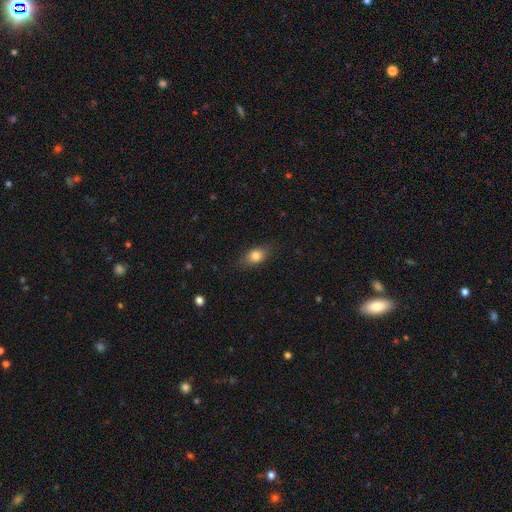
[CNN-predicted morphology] smooth_or_featured: smooth (p=0.79) [alt: featured or disk p=0.12]
how_rounded: in between (p=0.76) [alt: round p=0.19]
merging: none (p=0.81) [alt: minor disturbance p=0.15]